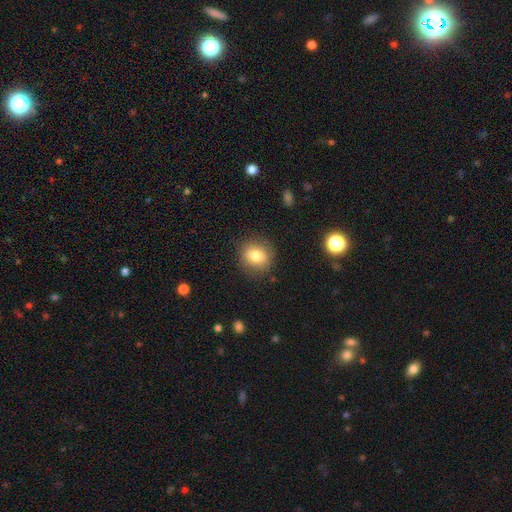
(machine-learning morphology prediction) smooth 81%, star or artifact 10%, featured or disk 9%. Down the decision tree: how rounded — round (74%); merging — none (86%).